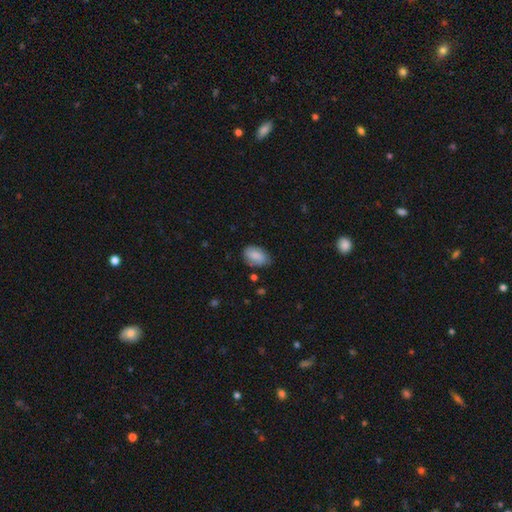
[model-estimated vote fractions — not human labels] Smooth or featured? smooth (74%)
How rounded? in between (86%)
Merging? none (67%)